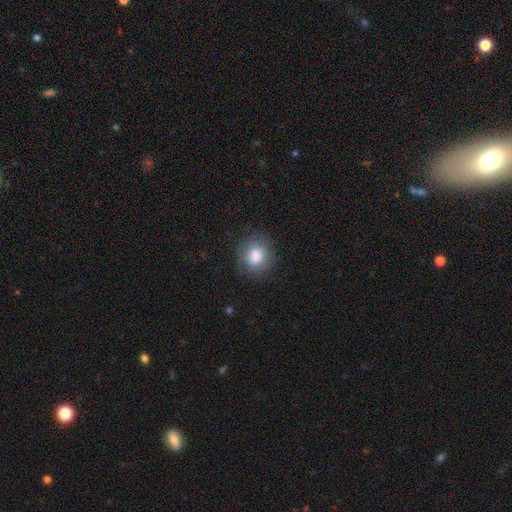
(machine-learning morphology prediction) smooth_or_featured: smooth (p=0.84) [alt: star or artifact p=0.08]
how_rounded: round (p=0.74) [alt: in between p=0.25]
merging: none (p=0.82) [alt: minor disturbance p=0.13]